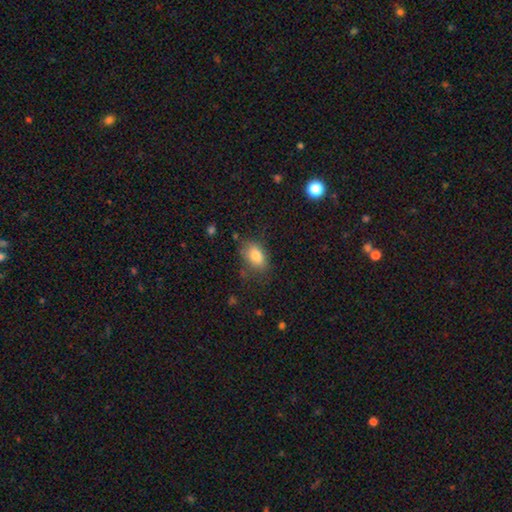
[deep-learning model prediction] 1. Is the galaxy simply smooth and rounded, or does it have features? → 82% smooth, 10% featured or disk, 9% star or artifact.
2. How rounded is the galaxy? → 88% in between, 10% round, 3% cigar-shaped.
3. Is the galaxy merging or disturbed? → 70% none, 21% minor disturbance, 7% major disturbance, 3% merger.